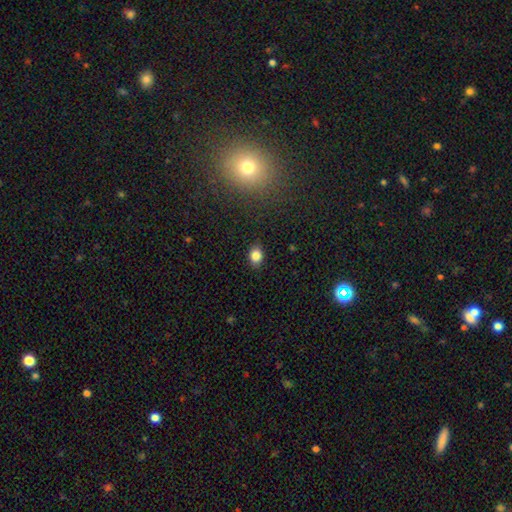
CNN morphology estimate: This is clearly a smooth galaxy (84%). How rounded: possibly in between (56%). Merging: clearly none (87%).